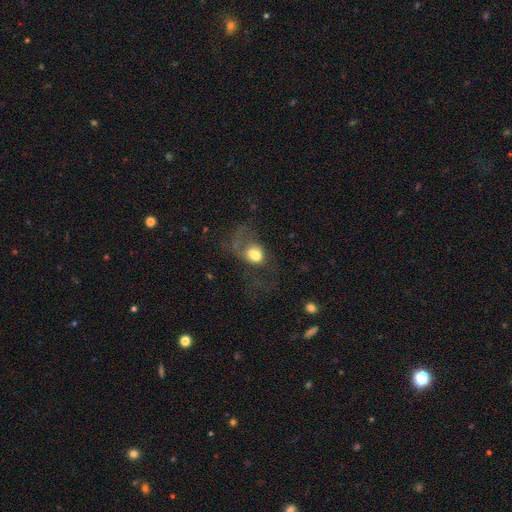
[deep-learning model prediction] Morphology: type=smooth (62%); roundness=in between (62%); merging=major disturbance (50%).